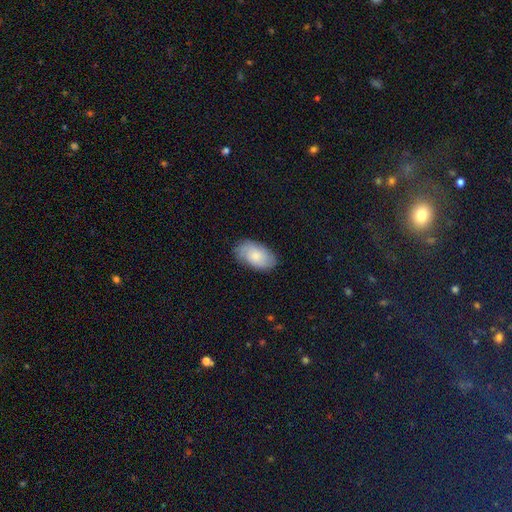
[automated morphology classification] smooth 62%, featured or disk 32%, star or artifact 7%. Down the decision tree: how rounded — in between (94%); merging — none (78%).